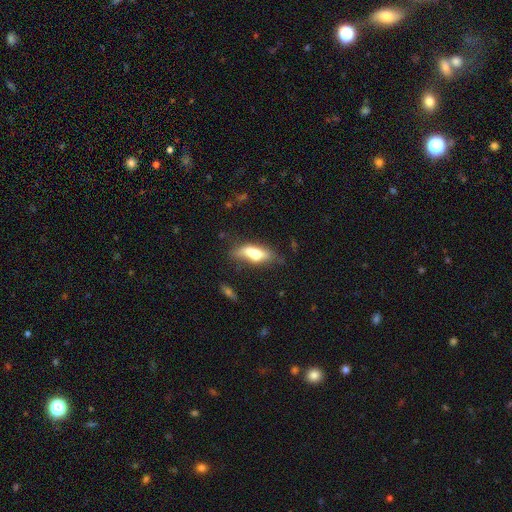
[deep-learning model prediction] A smooth galaxy with no disk features (60%) that is in between round and cigar-shaped (58%).

Vote fractions:
- Smooth or featured? smooth: 60% / featured or disk: 32% / star or artifact: 8%
- How rounded? in between: 58% / cigar-shaped: 40% / round: 3%
- Merging? none: 48% / minor disturbance: 30% / major disturbance: 15% / merger: 7%